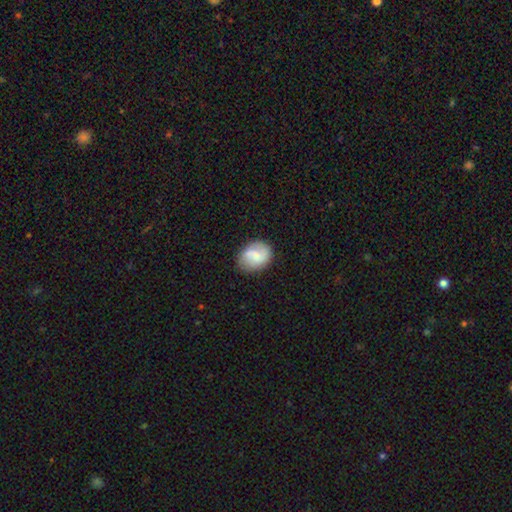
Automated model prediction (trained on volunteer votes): This appears to be a smooth galaxy with no disk features (50%). Merging: none (77%).